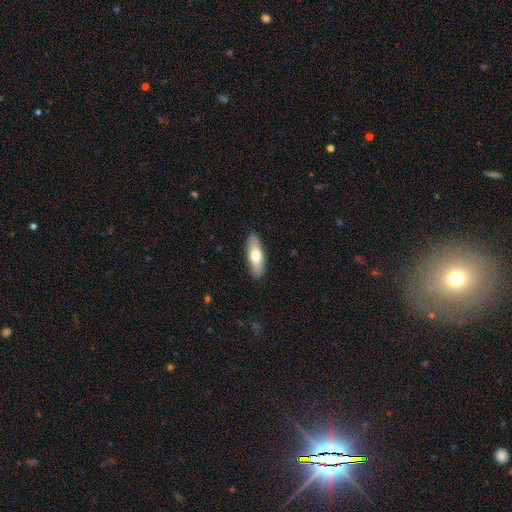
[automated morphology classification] The model was most divided on "how rounded": in between: 63%, cigar-shaped: 35%, round: 2%. More confident: merging — none (89%); smooth or featured — smooth (69%).